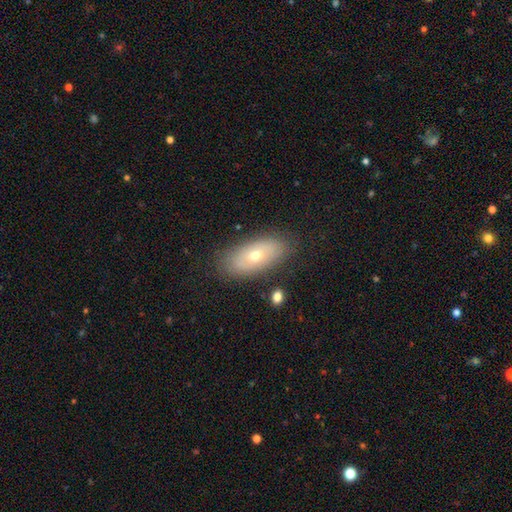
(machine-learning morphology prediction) The model was most divided on "smooth or featured": smooth: 55%, featured or disk: 36%, star or artifact: 8%. More confident: how rounded — in between (88%); merging — none (84%).